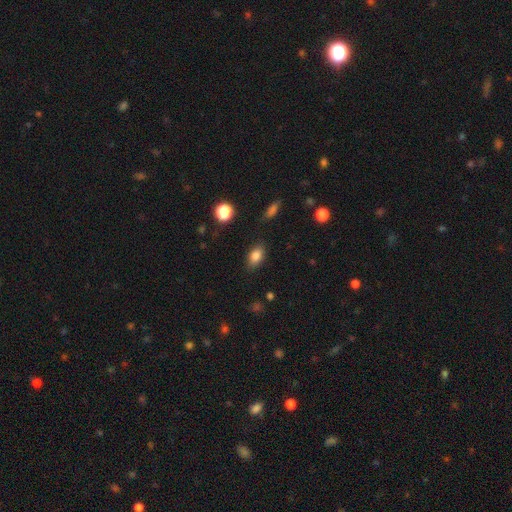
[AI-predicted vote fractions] The model was most divided on "merging": none: 84%, minor disturbance: 11%, major disturbance: 3%, merger: 2%. More confident: how rounded — in between (86%); smooth or featured — smooth (83%).